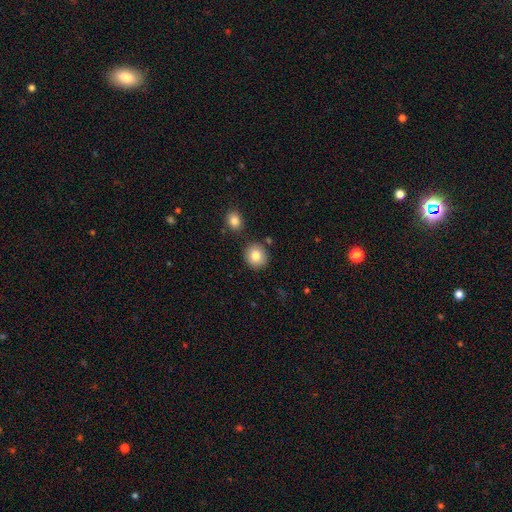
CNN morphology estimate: Q: Smooth or featured?
A: smooth (82%); runner-up: featured or disk (9%)
Q: How rounded?
A: round (87%); runner-up: in between (12%)
Q: Merging?
A: none (83%); runner-up: minor disturbance (9%)